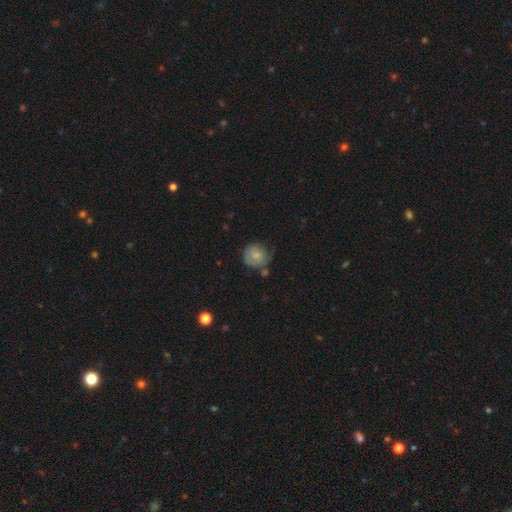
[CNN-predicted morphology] A smooth galaxy with no disk features (72%) that is round (85%). Merging: none (56%).